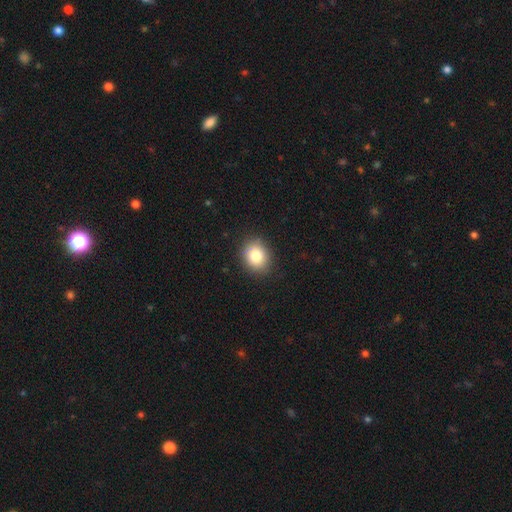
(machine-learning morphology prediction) Smooth or featured? Predicted: smooth (p=0.84). How rounded? Predicted: round (p=0.55). Merging? Predicted: none (p=0.87).